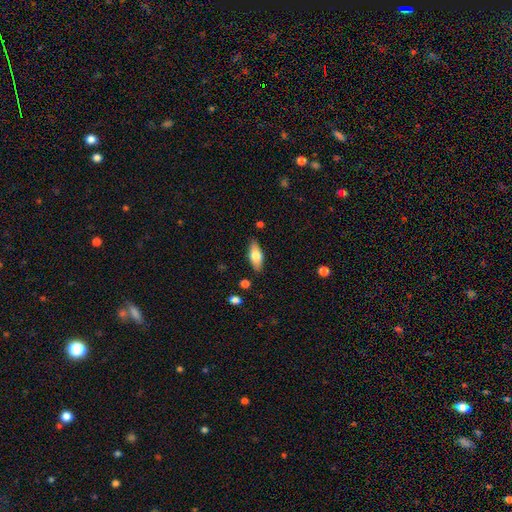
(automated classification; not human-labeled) A smooth galaxy with no disk features (67%) that is in between round and cigar-shaped (79%). Merging: none (84%).